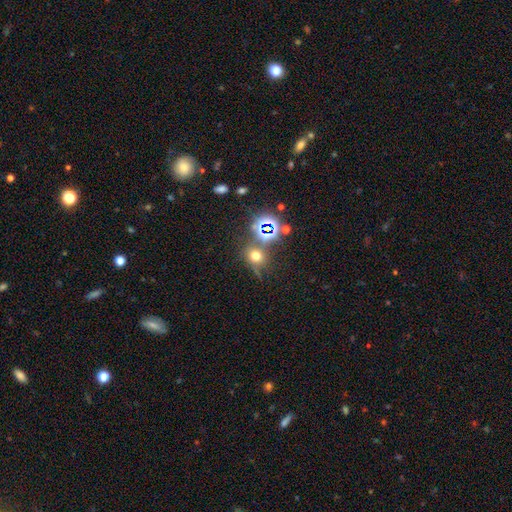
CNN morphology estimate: Overall: smooth (59%; star or artifact 31%). How rounded: round (80%). Merging: none (69%).